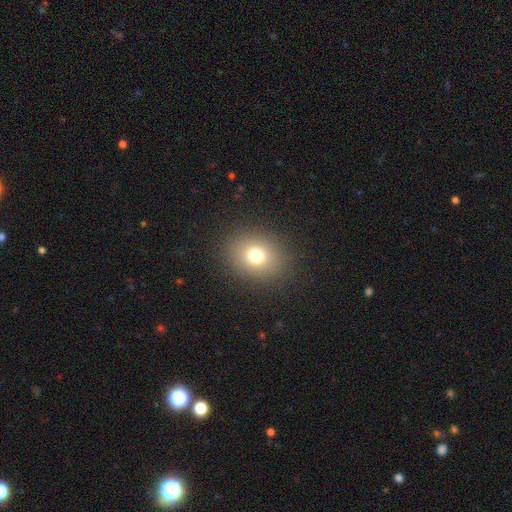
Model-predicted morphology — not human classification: A smooth galaxy with no disk features (75%) that is round (60%). Merging: none (88%).